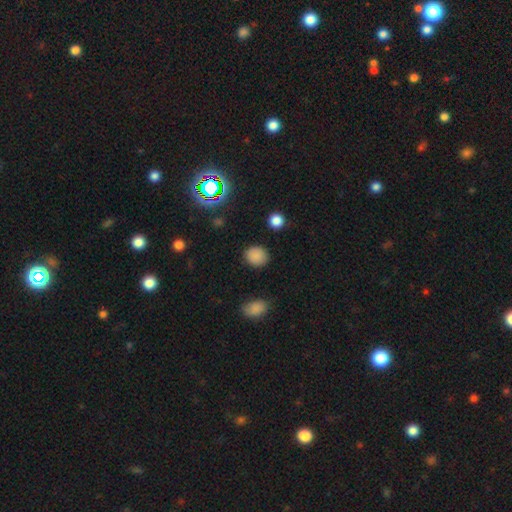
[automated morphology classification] Smooth or featured? smooth (85%)
How rounded? round (73%)
Merging? none (87%)